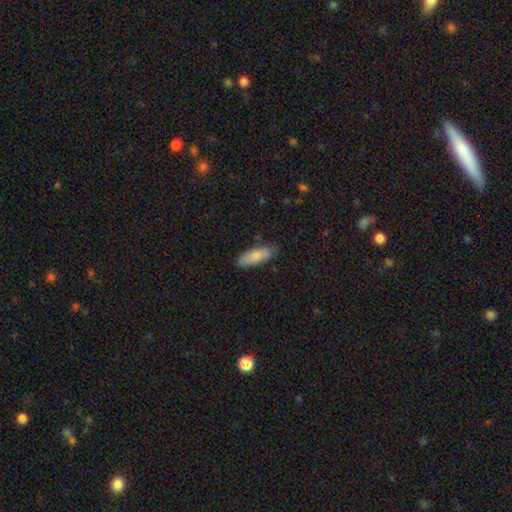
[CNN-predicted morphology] Smooth or featured: smooth — 82% (featured or disk — 12%)
How rounded: in between — 71% (cigar-shaped — 27%)
Merging: none — 77% (minor disturbance — 18%)